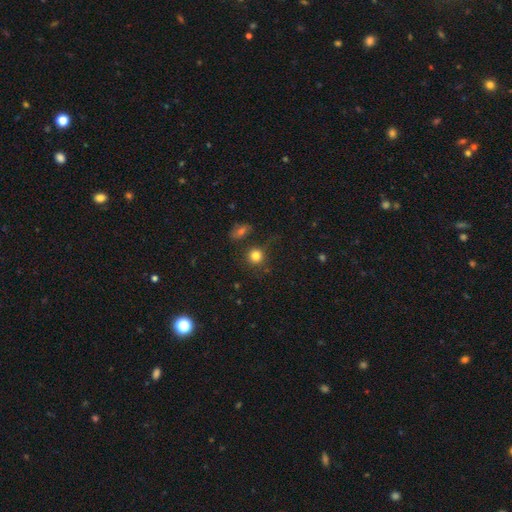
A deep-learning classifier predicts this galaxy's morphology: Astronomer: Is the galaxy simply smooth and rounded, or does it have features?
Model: smooth — 81%.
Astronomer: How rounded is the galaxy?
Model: round — 90%.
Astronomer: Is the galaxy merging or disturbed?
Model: none — 76%.